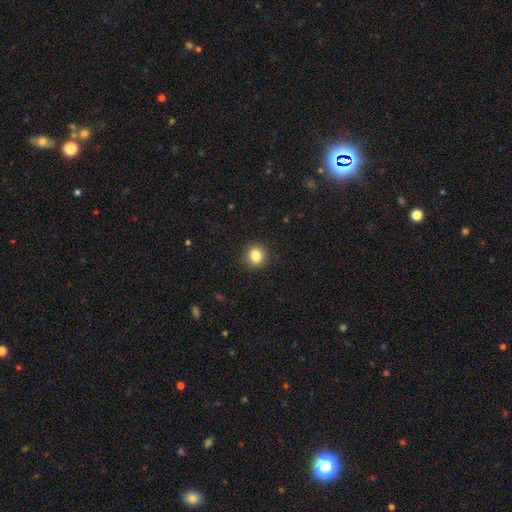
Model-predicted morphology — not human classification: type=smooth (84%); roundness=round (79%); merging=none (90%).